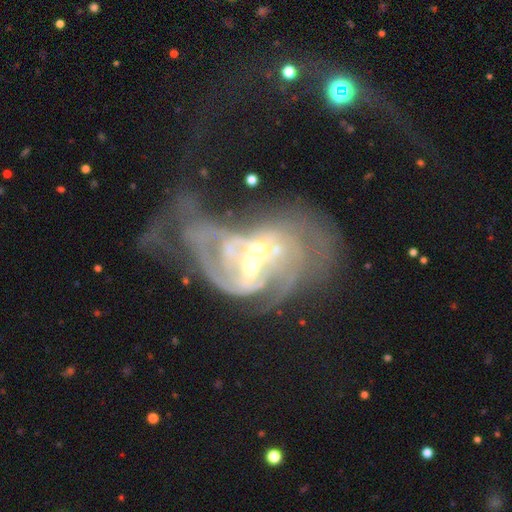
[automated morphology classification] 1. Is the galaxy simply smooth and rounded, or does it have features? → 83% featured or disk, 9% smooth, 8% star or artifact.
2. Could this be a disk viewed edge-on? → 97% no, 3% yes.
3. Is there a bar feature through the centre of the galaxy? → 44% no, 35% weak, 21% strong.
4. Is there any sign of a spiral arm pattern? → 82% yes, 18% no.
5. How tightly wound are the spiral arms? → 40% medium, 35% tight, 25% loose.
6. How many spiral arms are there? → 37% can't tell, 36% 2, 11% 3, 8% 1, 4% 4, 4% more than 4.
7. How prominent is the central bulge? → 50% moderate, 39% small, 5% large, 5% none, 2% dominant.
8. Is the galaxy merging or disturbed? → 62% merger, 22% major disturbance, 10% none, 7% minor disturbance.